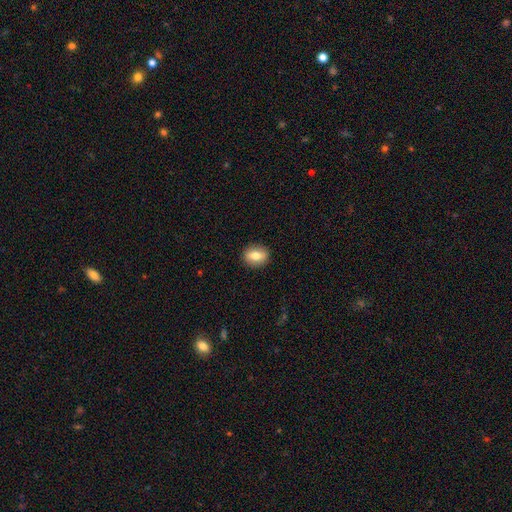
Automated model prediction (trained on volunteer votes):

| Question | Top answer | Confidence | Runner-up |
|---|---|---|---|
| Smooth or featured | smooth | 73% | featured or disk (19%) |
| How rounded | round | 55% | in between (43%) |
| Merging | none | 90% | minor disturbance (7%) |